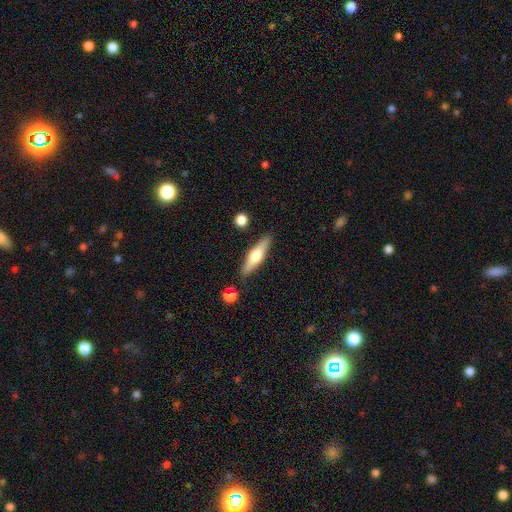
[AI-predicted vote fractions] Overall: featured or disk (48%; smooth 46%). Merging: none (84%).